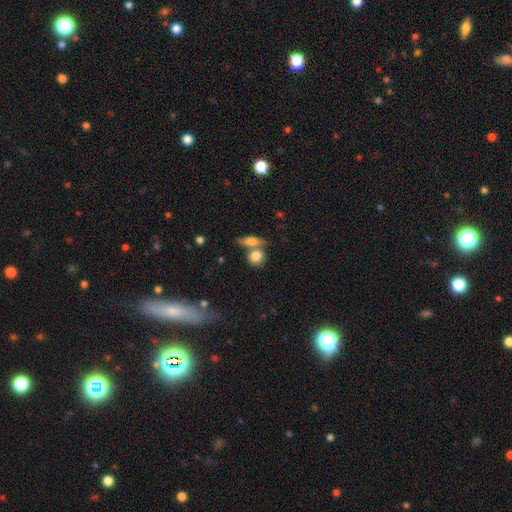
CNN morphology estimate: Overall: smooth (81%). How rounded: round (64%; in between 31%). Merging: none (46%; merger 39%).